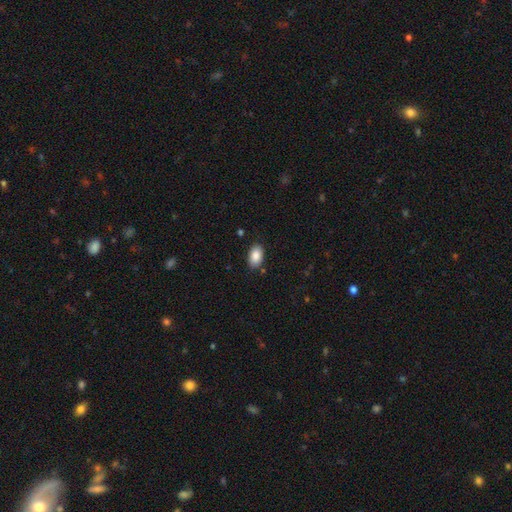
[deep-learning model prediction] smooth-or-featured: smooth: 87% | star or artifact: 7% | featured or disk: 6%
  how-rounded: in between: 92% | round: 6% | cigar-shaped: 1%
  merging: none: 86% | minor disturbance: 10% | major disturbance: 2% | merger: 2%